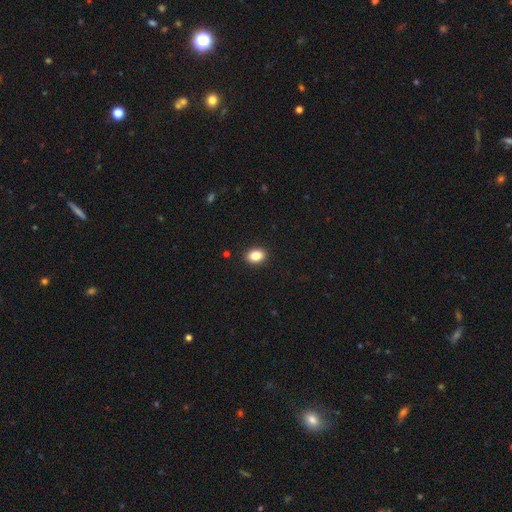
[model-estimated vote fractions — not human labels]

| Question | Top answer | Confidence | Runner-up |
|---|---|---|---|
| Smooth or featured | smooth | 86% | star or artifact (9%) |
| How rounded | in between | 72% | round (27%) |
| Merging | none | 91% | minor disturbance (6%) |